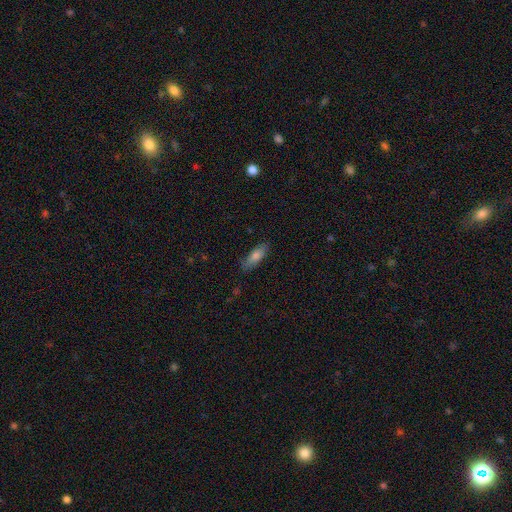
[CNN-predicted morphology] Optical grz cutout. It shows a smooth galaxy with no disk features (73%) that is in between round and cigar-shaped (57%). Merging: none (82%).